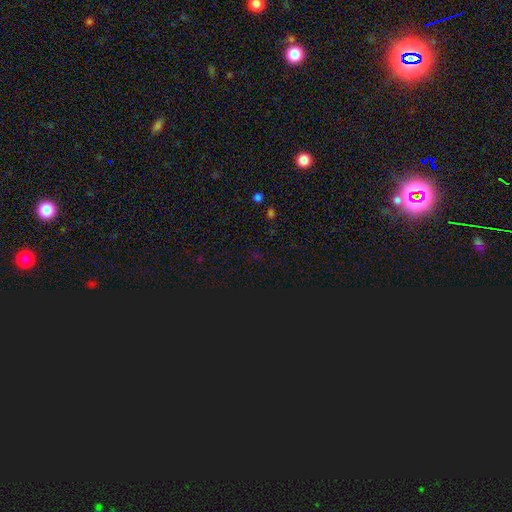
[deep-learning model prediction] star or artifact 69%, smooth 25%, featured or disk 7%.